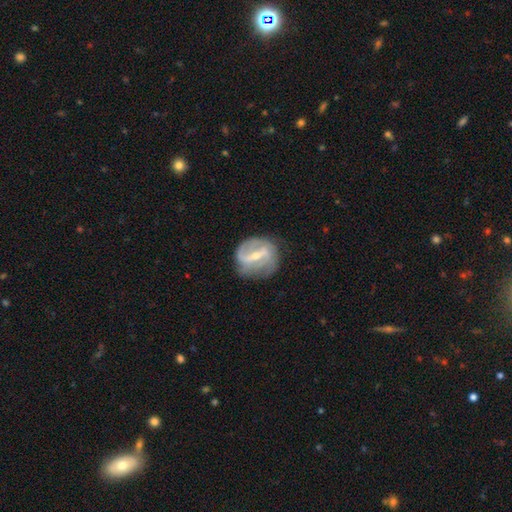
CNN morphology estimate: This is clearly a featured or disk galaxy (82%). It is clearly not viewed edge-on (96%). Bar: possibly strong (60%). Spiral arm pattern: clearly yes (84%). Spiral arm count: likely 2 (72%). Spiral winding: marginally medium (41%). Central bulge: possibly small (55%). Merging: likely none (69%).